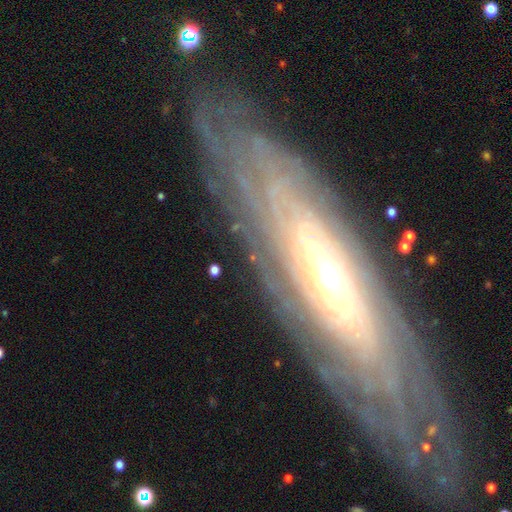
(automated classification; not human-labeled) A featured or disk galaxy (83%) with no bar (60%), spiral arms (85%) and a moderate central bulge (59%).

Vote fractions:
- Smooth or featured? featured or disk: 83% / smooth: 11% / star or artifact: 6%
- Edge-on disk? no: 68% / yes: 32%
- Bar? no: 60% / weak: 25% / strong: 15%
- Spiral arms? yes: 85% / no: 15%
- Bulge size? moderate: 59% / small: 21% / large: 16% / dominant: 2% / none: 1%
- Merging? none: 80% / minor disturbance: 13% / major disturbance: 5% / merger: 1%